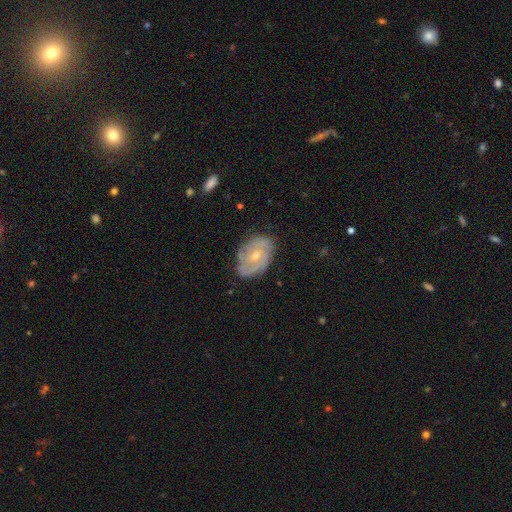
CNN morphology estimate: The model was most divided on "bulge size": small: 50%, moderate: 48%, large: 1%, none: 1%, dominant: 1%. Remaining: edge-on disk — no (96%); spiral arms — yes (90%); smooth or featured — featured or disk (78%); merging — none (72%); bar — no (62%); spiral winding — tight (58%); spiral arm count — 2 (37%).